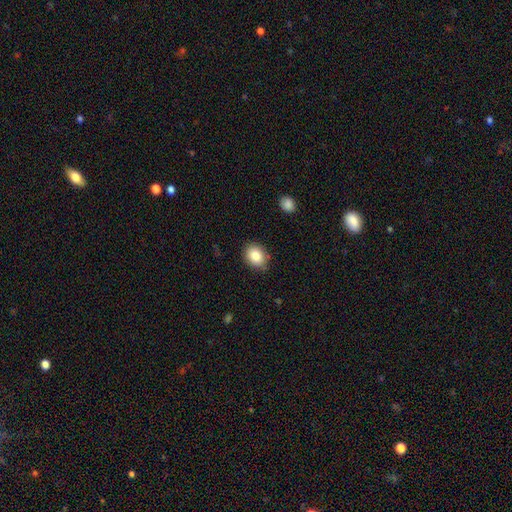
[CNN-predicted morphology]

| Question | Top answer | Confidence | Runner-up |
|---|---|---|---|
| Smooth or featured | smooth | 84% | star or artifact (9%) |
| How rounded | in between | 52% | round (48%) |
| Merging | none | 84% | minor disturbance (12%) |